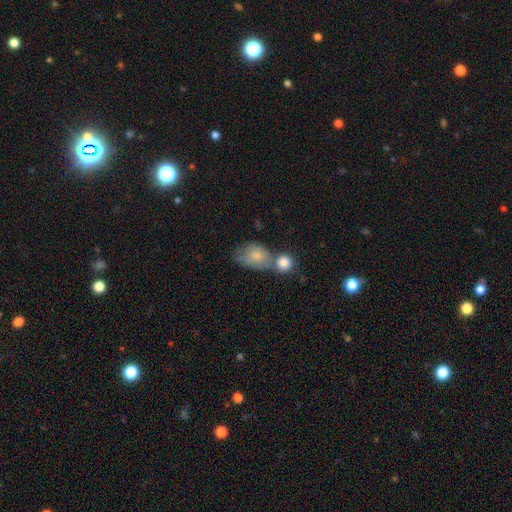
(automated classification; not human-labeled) Overall: smooth (76%). How rounded: in between (78%). Merging: merger (45%; none 27%).